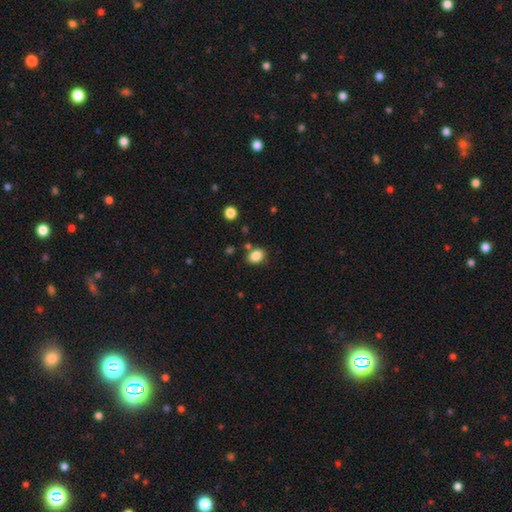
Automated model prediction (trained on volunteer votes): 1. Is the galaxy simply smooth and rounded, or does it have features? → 85% smooth, 10% star or artifact, 4% featured or disk.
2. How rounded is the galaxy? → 63% in between, 36% round, 1% cigar-shaped.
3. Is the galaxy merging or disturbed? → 76% none, 13% minor disturbance, 7% merger, 4% major disturbance.